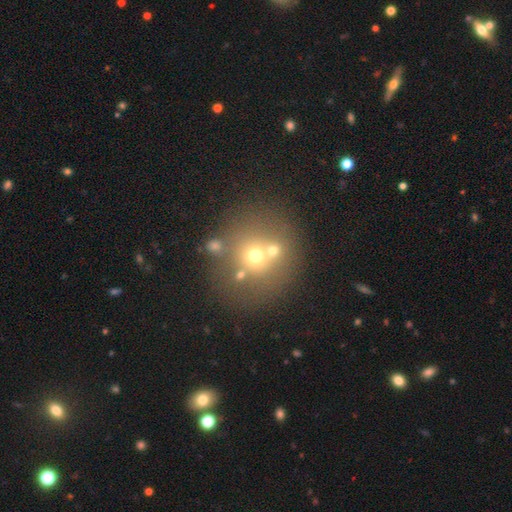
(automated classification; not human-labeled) Smooth or featured? smooth (58%)
How rounded? round (87%)
Merging? none (59%)